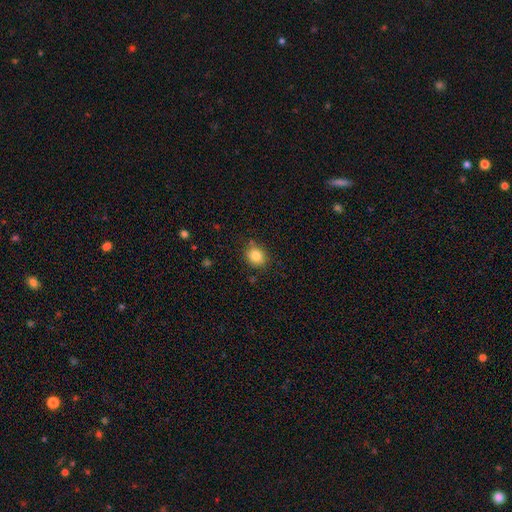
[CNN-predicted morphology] This is clearly a smooth galaxy (83%). How rounded: likely round (71%). Merging: clearly none (81%).